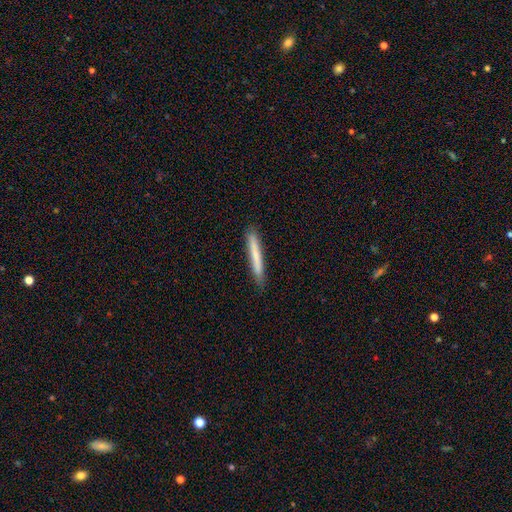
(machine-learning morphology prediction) Q: Smooth or featured?
A: smooth (71%); runner-up: featured or disk (23%)
Q: How rounded?
A: cigar-shaped (96%); runner-up: in between (2%)
Q: Merging?
A: none (87%); runner-up: minor disturbance (10%)